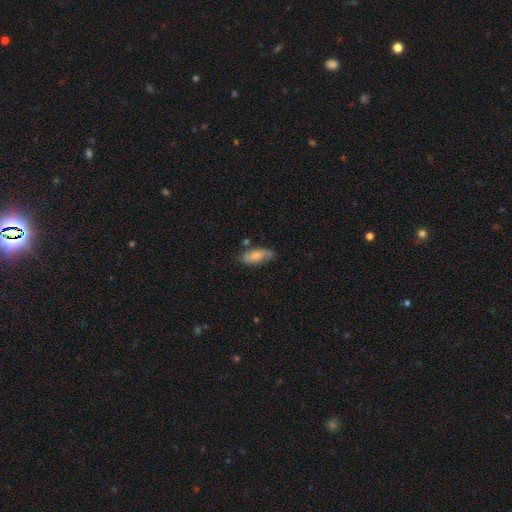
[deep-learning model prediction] Smooth or featured? Predicted: smooth (p=0.67). How rounded? Predicted: in between (p=0.84). Merging? Predicted: none (p=0.62).